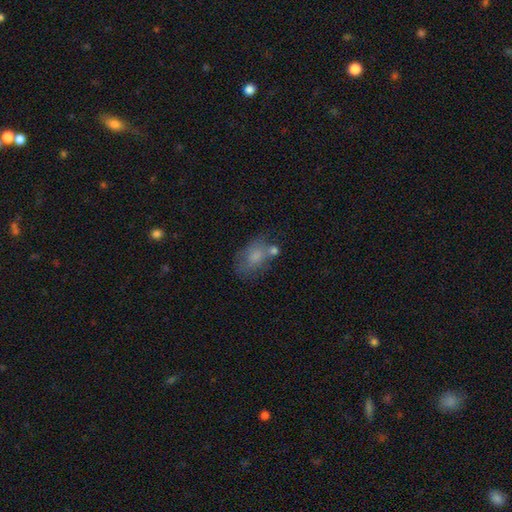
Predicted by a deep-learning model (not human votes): Morphology: type=smooth (71%); roundness=in between (86%); merging=none (46%).